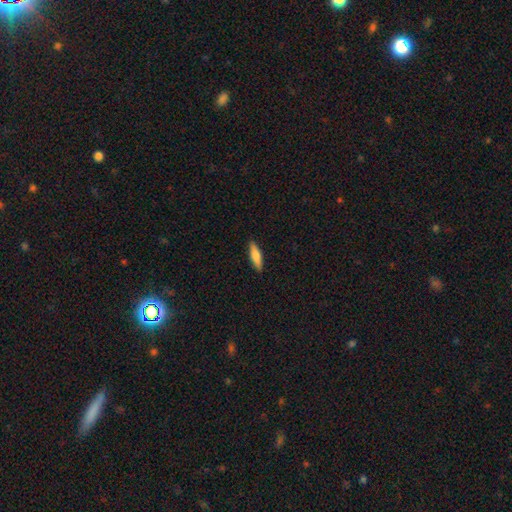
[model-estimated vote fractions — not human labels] smooth_or_featured: smooth (p=0.72) [alt: featured or disk p=0.22]
how_rounded: cigar-shaped (p=0.68) [alt: in between p=0.30]
merging: none (p=0.89) [alt: minor disturbance p=0.08]